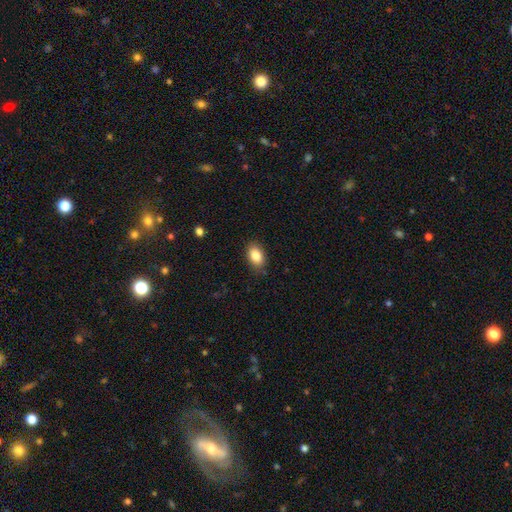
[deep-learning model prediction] smooth 85%, star or artifact 8%, featured or disk 7%. Down the decision tree: how rounded — in between (89%); merging — none (85%).